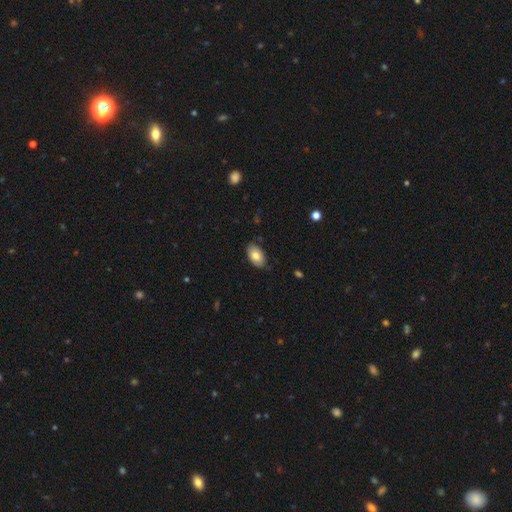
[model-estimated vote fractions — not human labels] Smooth or featured? smooth (80%)
How rounded? in between (93%)
Merging? none (84%)